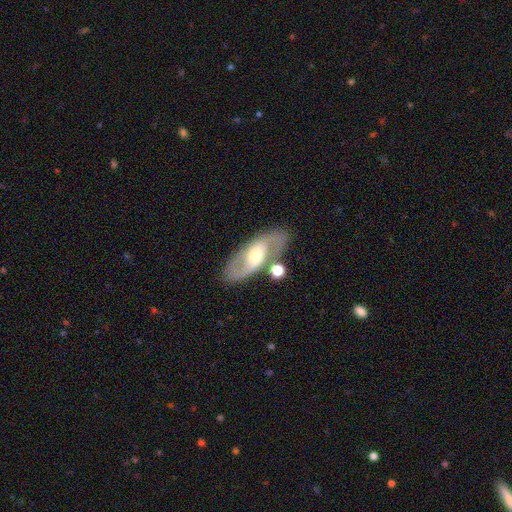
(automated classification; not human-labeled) Overall: featured or disk (78%). Edge-on disk: no (91%). Bar: weak (39%; no 37%). Spiral arms: yes (84%). Spiral arm count: 2 (87%). Spiral winding: medium (51%; loose 29%). Bulge size: moderate (63%; small 26%). Merging: none (76%).